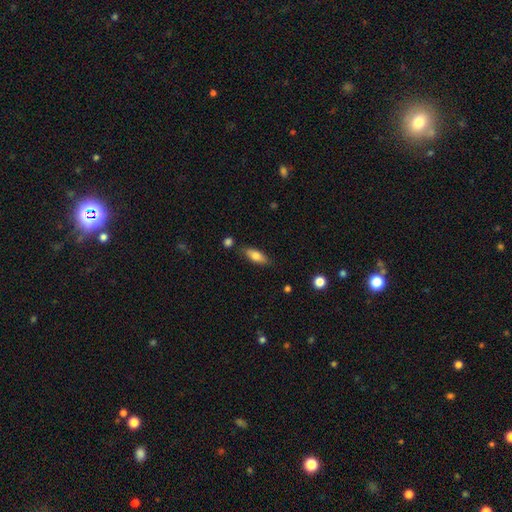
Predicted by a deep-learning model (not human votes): This appears to be a smooth galaxy with no disk features (75%) that is in between round and cigar-shaped (70%). Merging: none (79%).